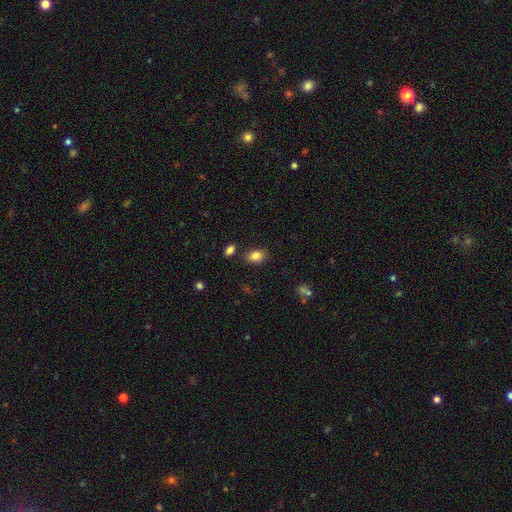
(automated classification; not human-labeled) Smooth or featured?
  - smooth: 84% *
  - star or artifact: 9%
  - featured or disk: 7%
How rounded?
  - in between: 79% *
  - round: 20%
  - cigar-shaped: 1%
Merging?
  - none: 82% *
  - minor disturbance: 11%
  - merger: 4%
  - major disturbance: 3%